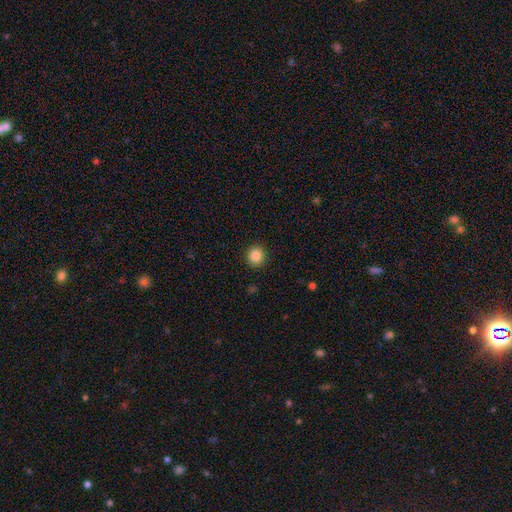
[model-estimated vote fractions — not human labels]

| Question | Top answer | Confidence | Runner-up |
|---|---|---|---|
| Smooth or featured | smooth | 87% | star or artifact (10%) |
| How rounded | round | 87% | in between (12%) |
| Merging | none | 91% | minor disturbance (6%) |